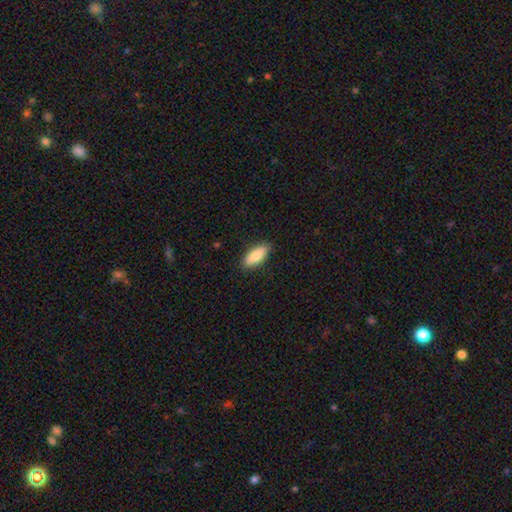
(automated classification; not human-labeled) The model was most divided on "how rounded": in between: 74%, cigar-shaped: 24%, round: 2%. More confident: merging — none (88%); smooth or featured — smooth (83%).